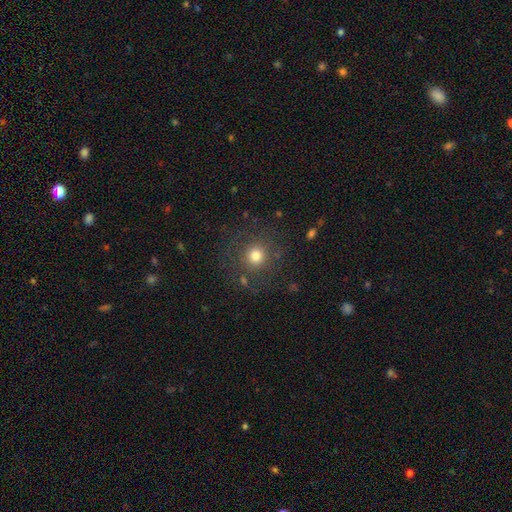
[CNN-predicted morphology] Smooth or featured? Predicted: smooth (p=0.76). How rounded? Predicted: round (p=0.93). Merging? Predicted: none (p=0.82).